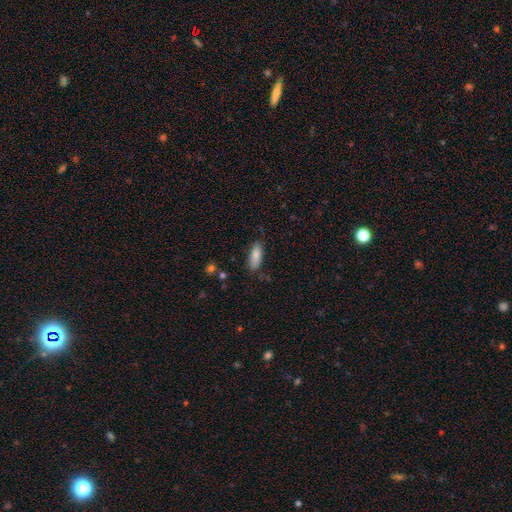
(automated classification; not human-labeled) Q: Smooth or featured?
A: smooth (86%); runner-up: star or artifact (7%)
Q: How rounded?
A: in between (72%); runner-up: cigar-shaped (26%)
Q: Merging?
A: none (78%); runner-up: minor disturbance (16%)